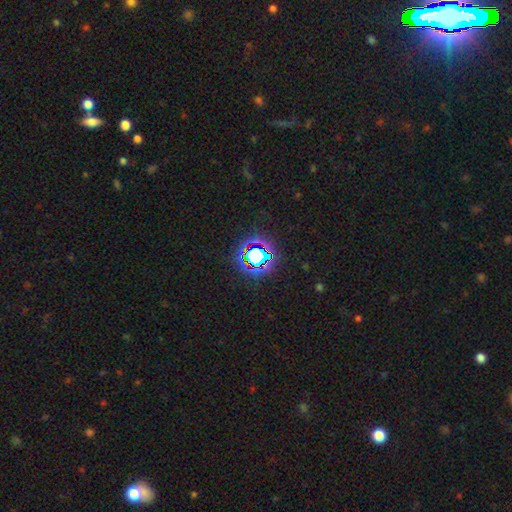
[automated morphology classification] Smooth or featured? Predicted: star or artifact (p=0.67).